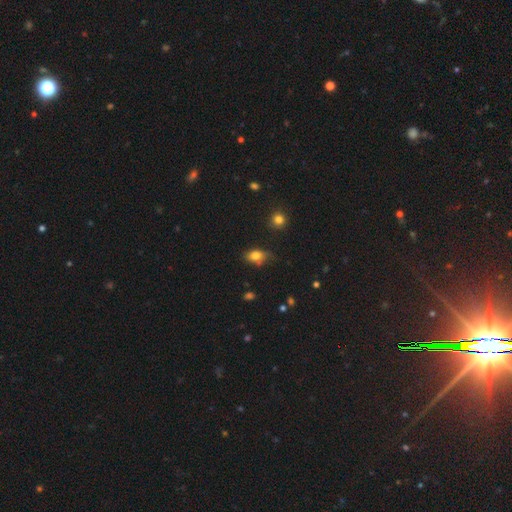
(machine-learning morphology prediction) smooth-or-featured: smooth: 79% | star or artifact: 11% | featured or disk: 10%
  how-rounded: in between: 81% | round: 15% | cigar-shaped: 4%
  merging: none: 60% | minor disturbance: 29% | major disturbance: 7% | merger: 4%